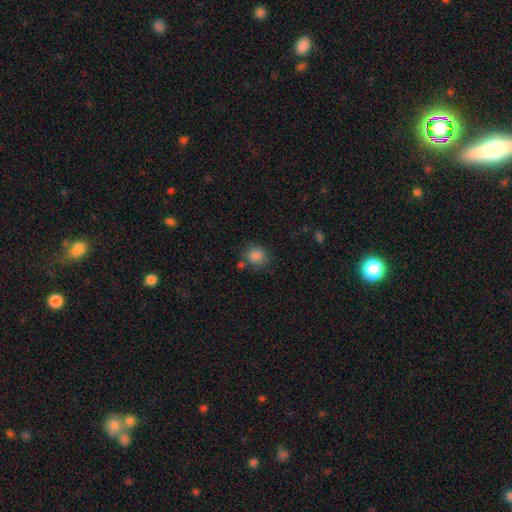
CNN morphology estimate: smooth_or_featured: smooth (p=0.86) [alt: star or artifact p=0.10]
how_rounded: round (p=0.86) [alt: in between p=0.13]
merging: none (p=0.73) [alt: minor disturbance p=0.14]